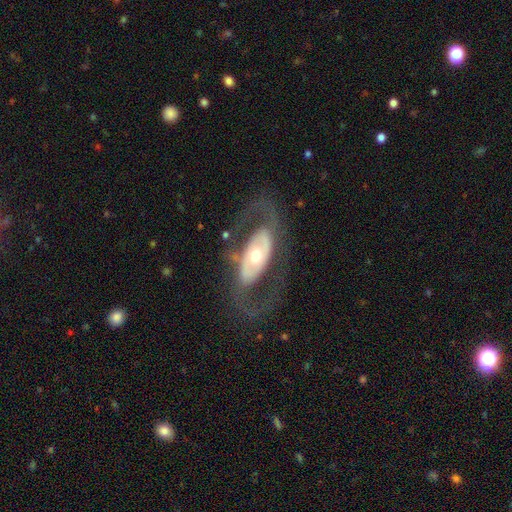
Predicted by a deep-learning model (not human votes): Smooth or featured? Predicted: featured or disk (p=0.80). Edge-on disk? Predicted: no (p=0.90). Bar? Predicted: no (p=0.60). Spiral arms? Predicted: yes (p=0.64). Bulge size? Predicted: moderate (p=0.67). Merging? Predicted: none (p=0.70).